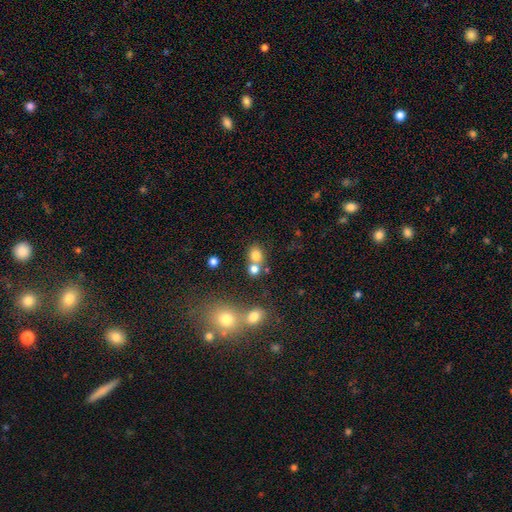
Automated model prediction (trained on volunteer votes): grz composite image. It shows a smooth galaxy with no disk features (77%) that is round (70%). Merging: none (49%).